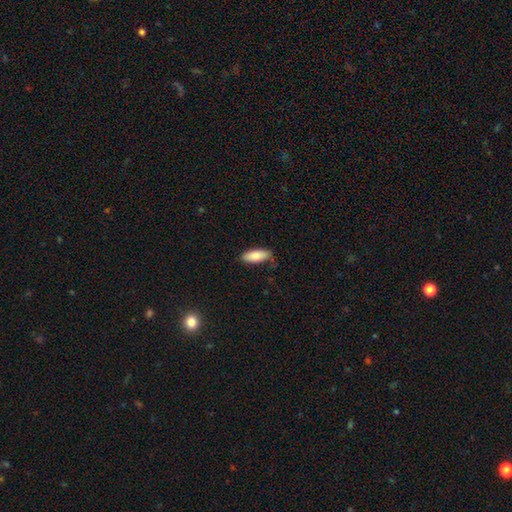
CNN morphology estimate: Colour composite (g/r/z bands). It shows a smooth galaxy with no disk features (85%) that is in between round and cigar-shaped (73%). Merging: none (82%).